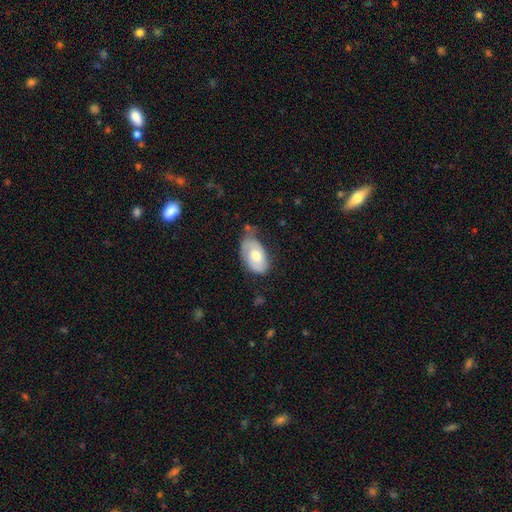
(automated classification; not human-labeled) Smooth or featured?
  - smooth: 60% *
  - featured or disk: 34%
  - star or artifact: 6%
How rounded?
  - in between: 92% *
  - round: 7%
  - cigar-shaped: 1%
Merging?
  - none: 45% *
  - minor disturbance: 37%
  - major disturbance: 13%
  - merger: 4%